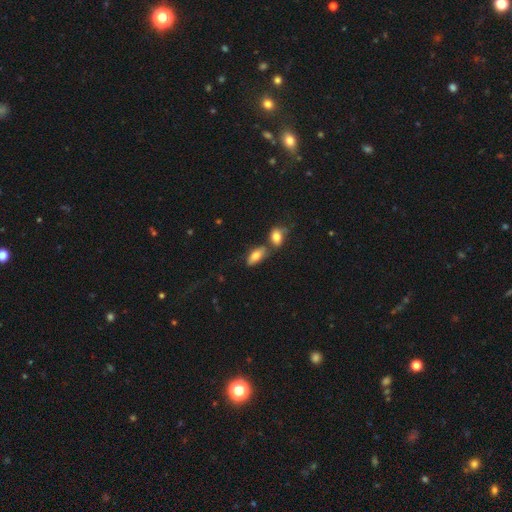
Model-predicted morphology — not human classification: Smooth or featured? Predicted: smooth (p=0.77). How rounded? Predicted: in between (p=0.84). Merging? Predicted: none (p=0.58).